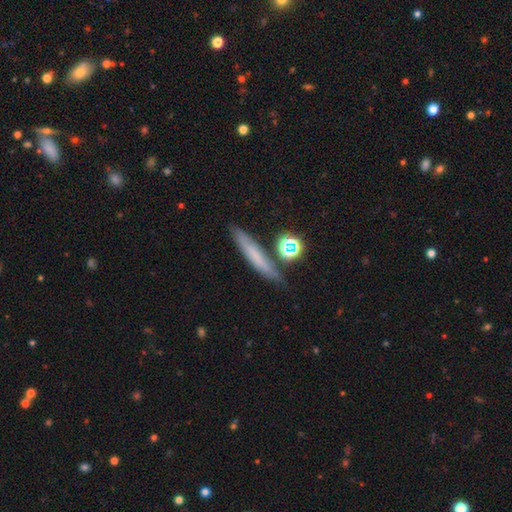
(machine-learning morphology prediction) Q: Smooth or featured?
A: smooth (61%); runner-up: featured or disk (28%)
Q: How rounded?
A: cigar-shaped (85%); runner-up: in between (9%)
Q: Merging?
A: none (77%); runner-up: minor disturbance (13%)